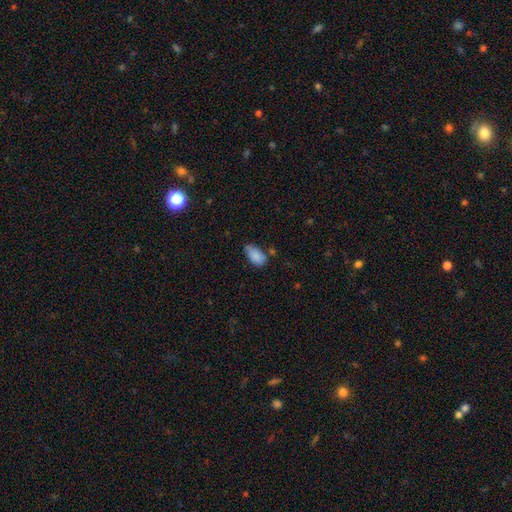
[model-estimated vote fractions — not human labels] Q: Smooth or featured?
A: smooth (84%); runner-up: star or artifact (8%)
Q: How rounded?
A: in between (92%); runner-up: round (6%)
Q: Merging?
A: none (49%); runner-up: minor disturbance (35%)